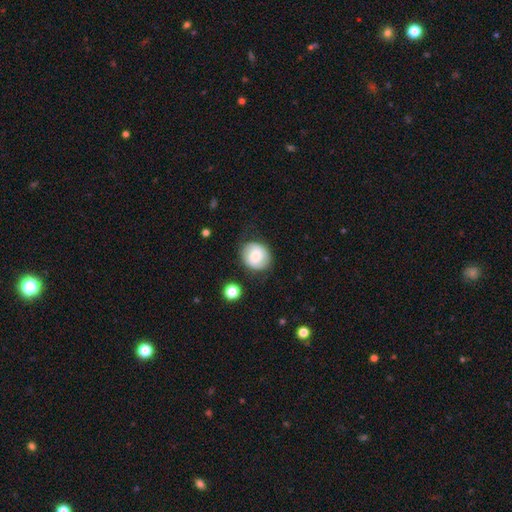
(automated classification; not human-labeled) smooth 70%, featured or disk 22%, star or artifact 8%. Down the decision tree: how rounded — round (78%); merging — none (77%).